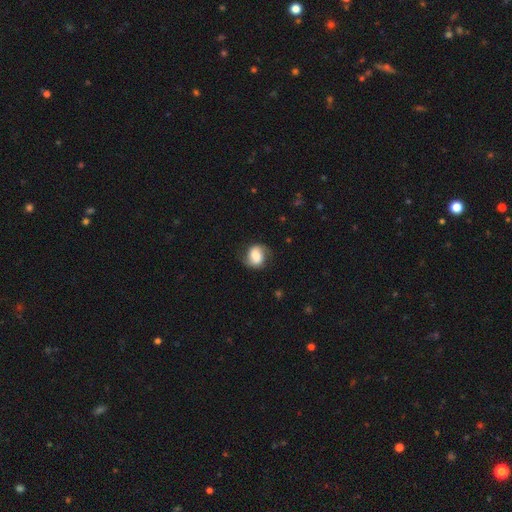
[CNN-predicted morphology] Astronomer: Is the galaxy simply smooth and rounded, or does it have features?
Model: smooth — 51% (runner-up: featured or disk, 41%).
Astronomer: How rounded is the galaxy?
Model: round — 57% (runner-up: in between, 42%).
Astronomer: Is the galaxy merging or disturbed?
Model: none — 72%.